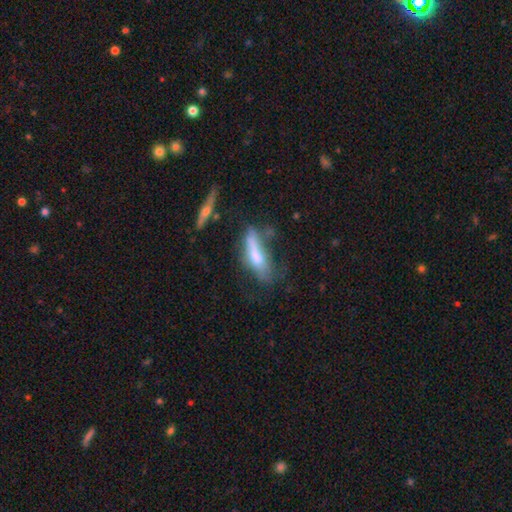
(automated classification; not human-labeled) This appears to be a smooth galaxy with no disk features (53%) that is cigar-shaped (53%). Merging: none (32%).